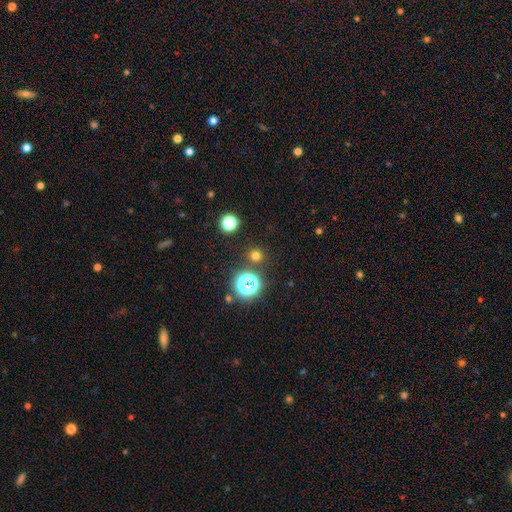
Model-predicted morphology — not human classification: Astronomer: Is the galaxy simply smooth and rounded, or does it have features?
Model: smooth — 69%.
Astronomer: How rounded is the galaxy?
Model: round — 94%.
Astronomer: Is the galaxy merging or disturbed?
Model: none — 87%.